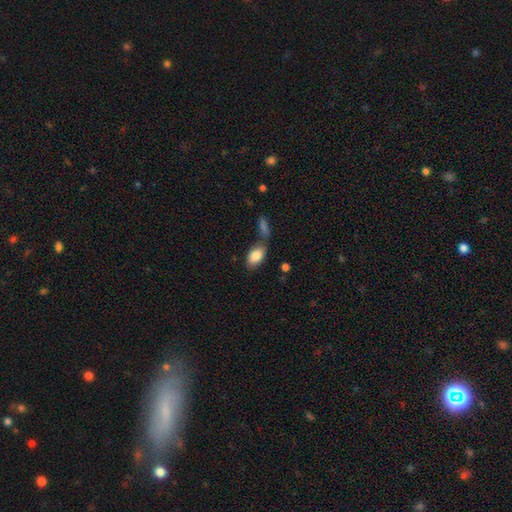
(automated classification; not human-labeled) Q: Smooth or featured?
A: smooth (84%); runner-up: featured or disk (10%)
Q: How rounded?
A: in between (93%); runner-up: round (4%)
Q: Merging?
A: none (61%); runner-up: merger (20%)